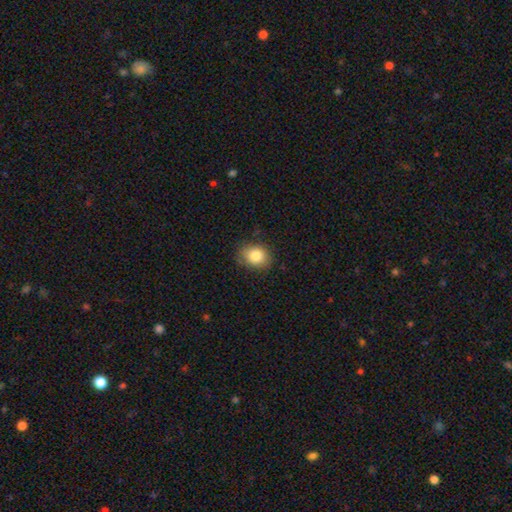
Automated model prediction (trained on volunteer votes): Smooth or featured? smooth (83%)
How rounded? round (52%)
Merging? none (83%)